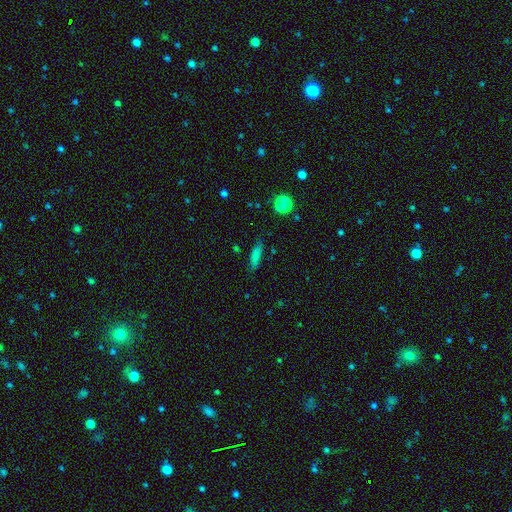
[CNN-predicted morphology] Smooth or featured?
  - smooth: 77% *
  - featured or disk: 12%
  - star or artifact: 11%
How rounded?
  - cigar-shaped: 65% *
  - in between: 32%
  - round: 3%
Merging?
  - none: 79% *
  - minor disturbance: 15%
  - major disturbance: 4%
  - merger: 2%